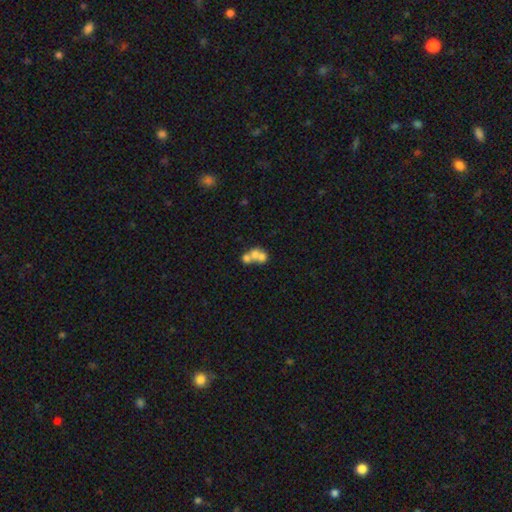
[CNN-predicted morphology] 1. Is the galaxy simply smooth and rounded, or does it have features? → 55% smooth, 32% featured or disk, 13% star or artifact.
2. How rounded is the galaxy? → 63% round, 35% in between, 2% cigar-shaped.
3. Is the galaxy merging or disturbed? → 64% merger, 25% none, 6% minor disturbance, 5% major disturbance.